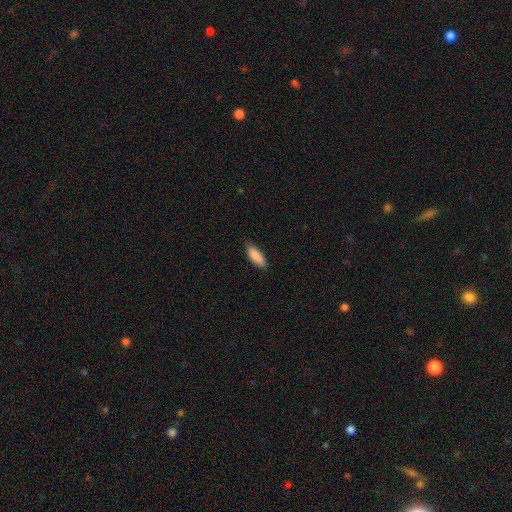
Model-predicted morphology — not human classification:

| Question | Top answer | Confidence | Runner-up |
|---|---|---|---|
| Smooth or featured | smooth | 89% | star or artifact (6%) |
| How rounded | in between | 65% | cigar-shaped (33%) |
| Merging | none | 84% | minor disturbance (13%) |